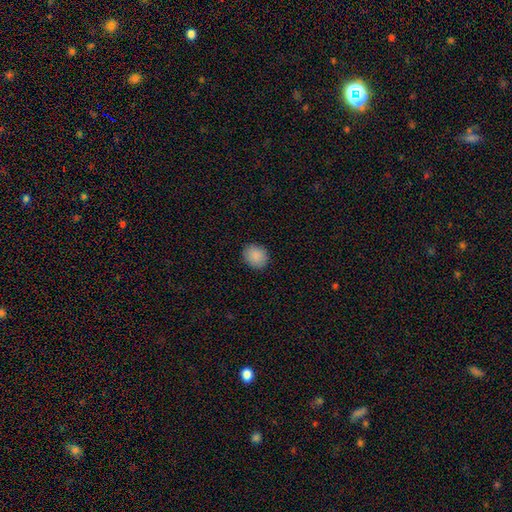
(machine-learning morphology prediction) Smooth or featured?
  - smooth: 89% *
  - star or artifact: 8%
  - featured or disk: 3%
How rounded?
  - round: 62% *
  - in between: 37%
  - cigar-shaped: 1%
Merging?
  - none: 89% *
  - minor disturbance: 8%
  - major disturbance: 2%
  - merger: 1%